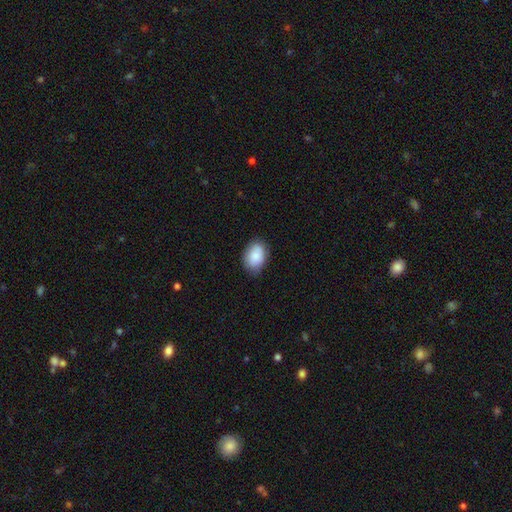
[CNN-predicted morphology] Smooth or featured?
  - smooth: 87% *
  - featured or disk: 7%
  - star or artifact: 7%
How rounded?
  - in between: 83% *
  - round: 16%
  - cigar-shaped: 1%
Merging?
  - none: 78% *
  - minor disturbance: 17%
  - major disturbance: 3%
  - merger: 1%